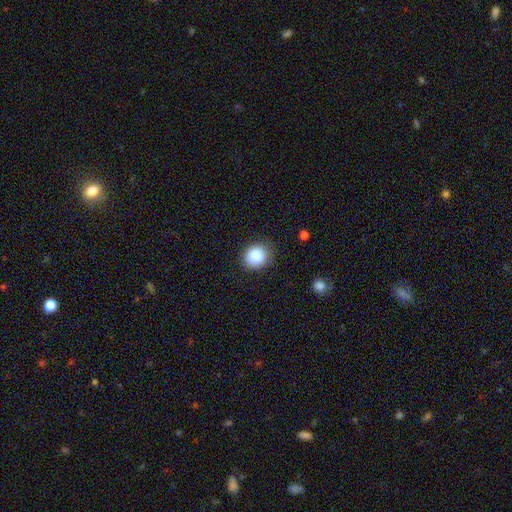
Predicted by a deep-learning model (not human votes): Morphology: type=smooth (88%); roundness=round (69%); merging=none (84%).